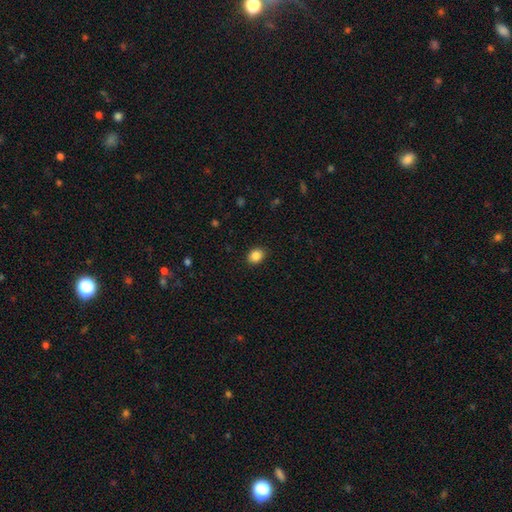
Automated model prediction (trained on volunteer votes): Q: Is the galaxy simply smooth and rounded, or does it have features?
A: smooth — 87%.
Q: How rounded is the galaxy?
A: in between — 51%.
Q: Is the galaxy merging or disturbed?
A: none — 89%.